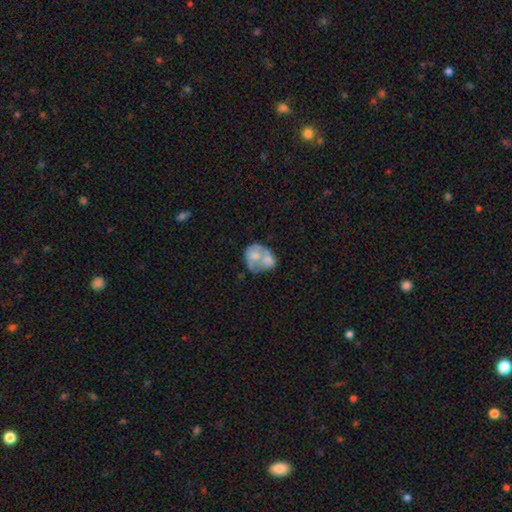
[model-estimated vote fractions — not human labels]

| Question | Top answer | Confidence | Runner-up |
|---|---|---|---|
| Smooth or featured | smooth | 51% | featured or disk (42%) |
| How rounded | round | 56% | in between (44%) |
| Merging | merger | 55% | none (20%) |